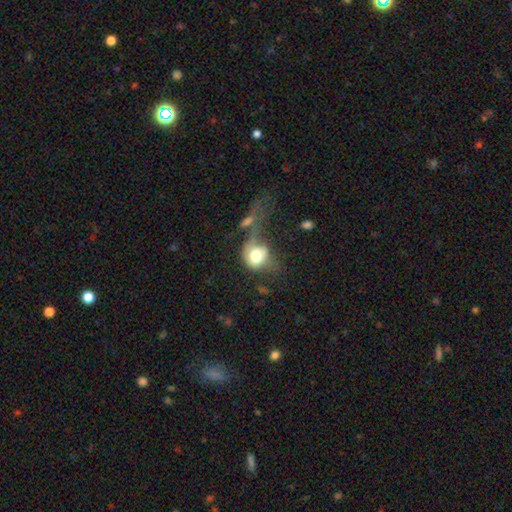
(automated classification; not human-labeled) Smooth or featured? smooth (68%)
How rounded? round (63%)
Merging? major disturbance (36%)